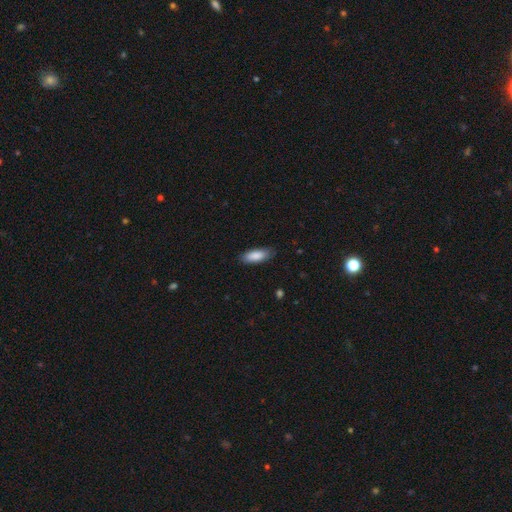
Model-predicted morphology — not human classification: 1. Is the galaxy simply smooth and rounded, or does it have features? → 87% smooth, 7% featured or disk, 6% star or artifact.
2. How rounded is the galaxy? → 74% in between, 25% cigar-shaped, 2% round.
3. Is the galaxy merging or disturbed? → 84% none, 13% minor disturbance, 2% major disturbance, 1% merger.